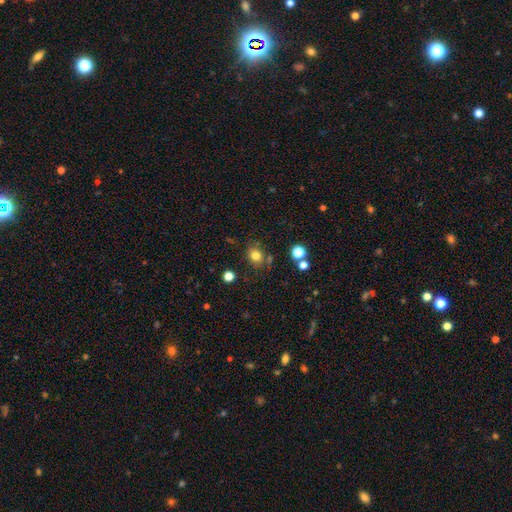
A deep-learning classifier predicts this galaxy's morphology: This appears to be a smooth galaxy with no disk features (79%) that is round (65%). Merging: none (74%).